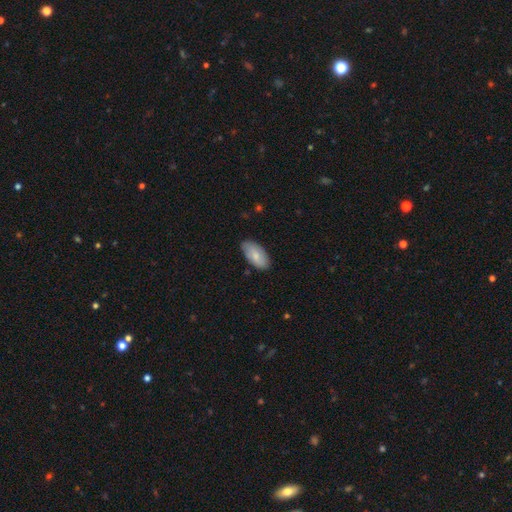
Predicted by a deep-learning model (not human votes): This appears to be a smooth galaxy with no disk features (77%) that is in between round and cigar-shaped (94%). Merging: none (81%).